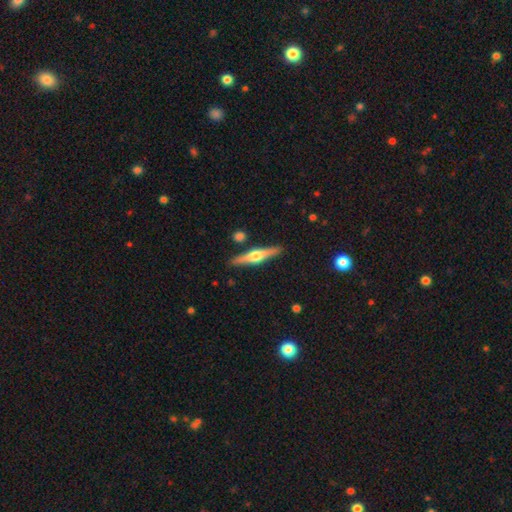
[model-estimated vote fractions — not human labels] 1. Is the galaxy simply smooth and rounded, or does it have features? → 68% featured or disk, 27% smooth, 5% star or artifact.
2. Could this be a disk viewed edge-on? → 97% yes, 3% no.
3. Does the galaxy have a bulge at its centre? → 93% rounded, 4% boxy, 2% none.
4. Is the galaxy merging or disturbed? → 88% none, 7% minor disturbance, 3% merger, 2% major disturbance.